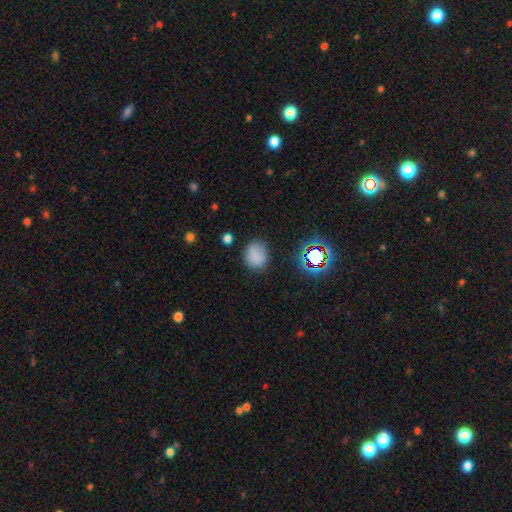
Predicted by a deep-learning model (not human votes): This appears to be a smooth galaxy with no disk features (78%) that is round (66%). Merging: none (79%).